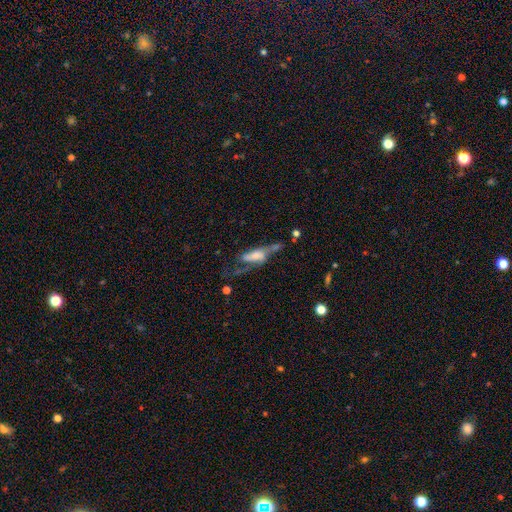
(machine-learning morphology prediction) This appears to be a featured or disk galaxy (57%). Merging: major disturbance (45%).